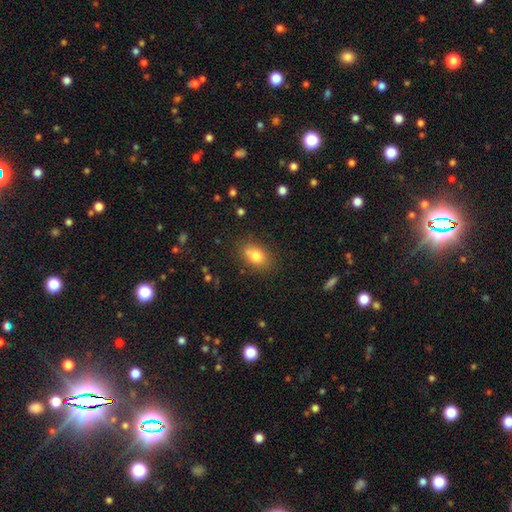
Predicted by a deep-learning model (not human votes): smooth_or_featured: smooth (p=0.78) [alt: featured or disk p=0.12]
how_rounded: in between (p=0.75) [alt: round p=0.23]
merging: none (p=0.72) [alt: minor disturbance p=0.16]